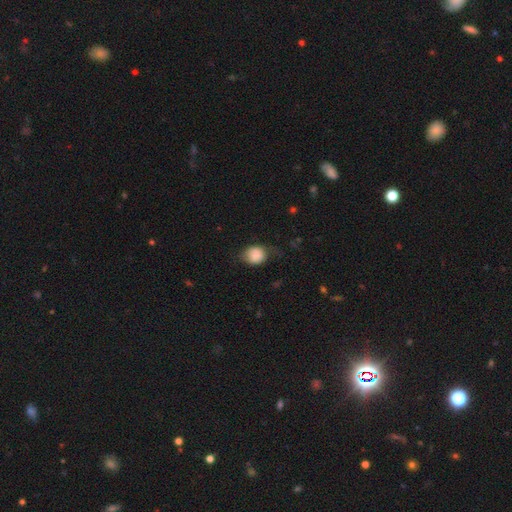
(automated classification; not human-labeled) smooth_or_featured: smooth (p=0.82) [alt: featured or disk p=0.09]
how_rounded: round (p=0.60) [alt: in between p=0.38]
merging: none (p=0.56) [alt: minor disturbance p=0.29]